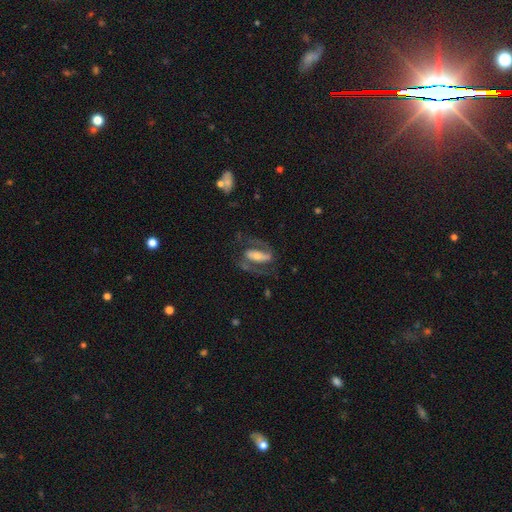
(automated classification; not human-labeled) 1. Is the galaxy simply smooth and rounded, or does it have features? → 81% featured or disk, 13% smooth, 5% star or artifact.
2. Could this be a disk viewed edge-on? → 93% no, 7% yes.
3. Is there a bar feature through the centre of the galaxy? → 59% strong, 24% weak, 17% no.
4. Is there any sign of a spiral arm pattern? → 91% yes, 9% no.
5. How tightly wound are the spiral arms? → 55% medium, 24% loose, 20% tight.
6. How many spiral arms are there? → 89% 2, 4% can't tell, 4% 1, 1% 3, 1% 4, 1% more than 4.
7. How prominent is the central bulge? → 45% moderate, 38% small, 11% large, 4% none, 2% dominant.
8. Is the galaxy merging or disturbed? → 67% none, 17% major disturbance, 14% minor disturbance, 2% merger.